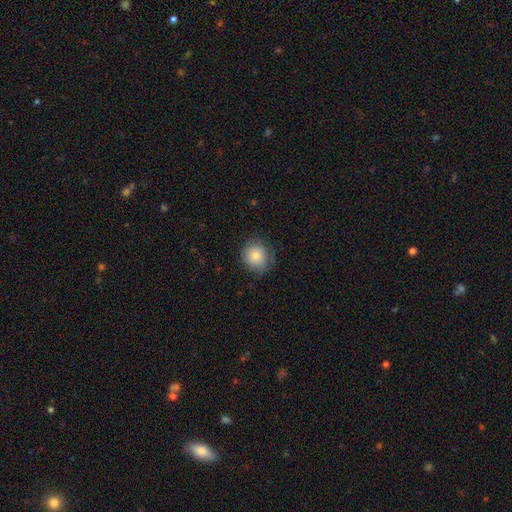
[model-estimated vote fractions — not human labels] smooth_or_featured: smooth (p=0.82) [alt: featured or disk p=0.09]
how_rounded: round (p=0.83) [alt: in between p=0.16]
merging: none (p=0.76) [alt: minor disturbance p=0.19]